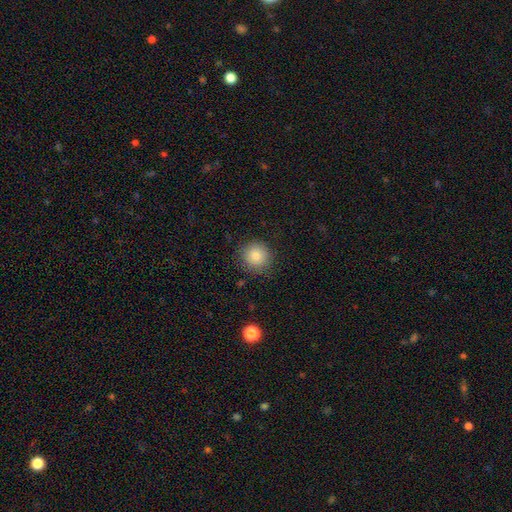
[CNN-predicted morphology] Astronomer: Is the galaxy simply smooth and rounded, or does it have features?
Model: smooth — 82%.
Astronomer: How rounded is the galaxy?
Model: round — 93%.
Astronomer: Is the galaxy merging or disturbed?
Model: none — 88%.